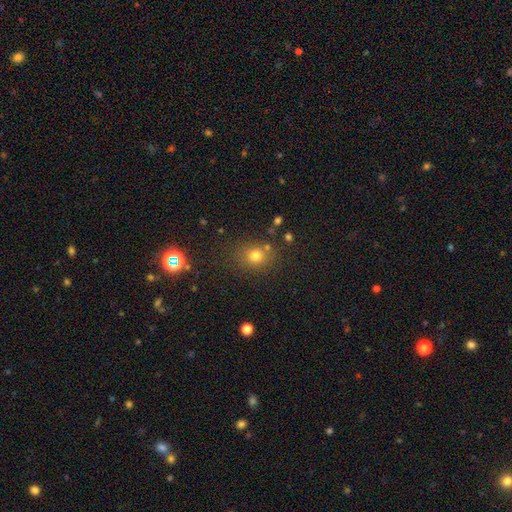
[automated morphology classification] A smooth galaxy with no disk features (72%) that is round (71%).

Vote fractions:
- Smooth or featured? smooth: 72% / star or artifact: 19% / featured or disk: 9%
- How rounded? round: 71% / in between: 27% / cigar-shaped: 1%
- Merging? none: 77% / minor disturbance: 12% / merger: 7% / major disturbance: 5%